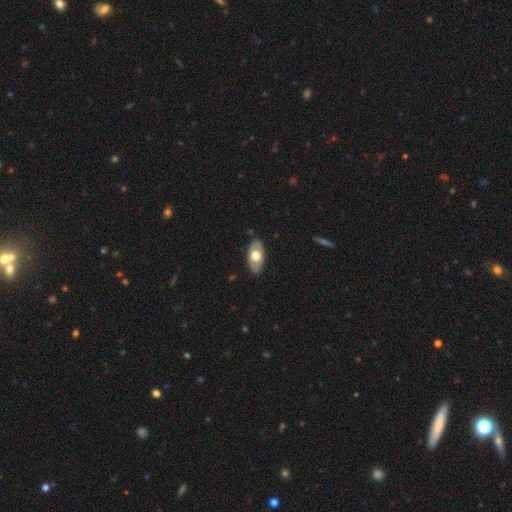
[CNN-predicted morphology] This appears to be a smooth galaxy with no disk features (53%) that is in between round and cigar-shaped (92%). Merging: none (84%).